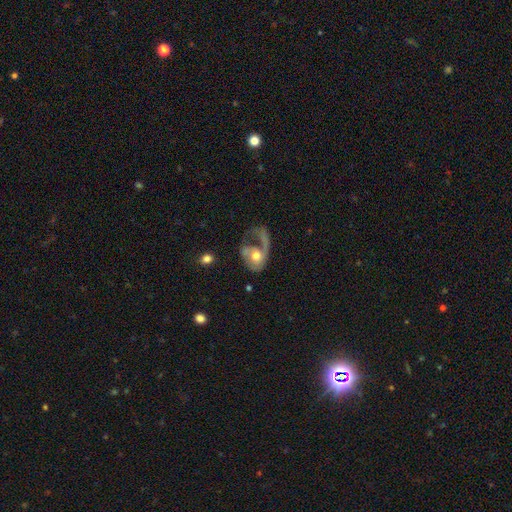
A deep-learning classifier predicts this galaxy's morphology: A featured or disk galaxy (63%) with no bar (76%), spiral arms (72%) and a moderate central bulge (69%).

Vote fractions:
- Smooth or featured? featured or disk: 63% / smooth: 30% / star or artifact: 6%
- Edge-on disk? no: 97% / yes: 3%
- Bar? no: 76% / weak: 19% / strong: 4%
- Spiral arms? yes: 72% / no: 28%
- Bulge size? moderate: 69% / small: 16% / large: 11% / none: 2% / dominant: 2%
- Merging? major disturbance: 63% / none: 18% / minor disturbance: 12% / merger: 8%